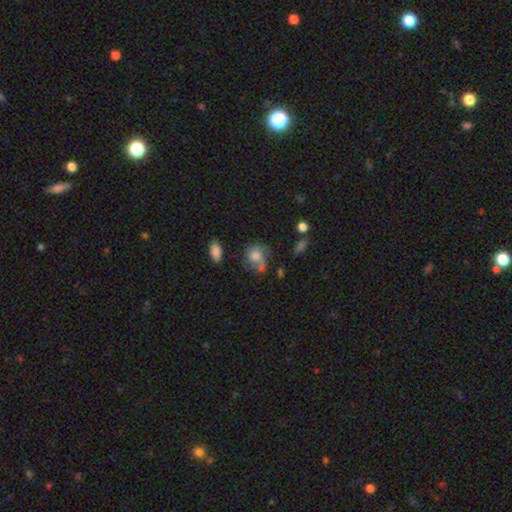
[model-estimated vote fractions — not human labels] Q: Smooth or featured?
A: smooth (60%); runner-up: featured or disk (30%)
Q: How rounded?
A: round (53%); runner-up: in between (45%)
Q: Merging?
A: none (39%); runner-up: minor disturbance (28%)